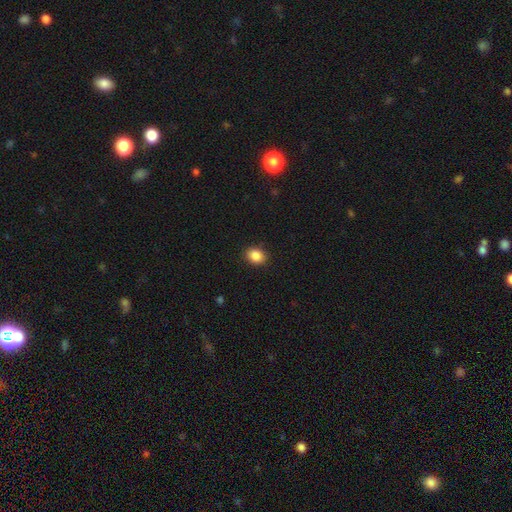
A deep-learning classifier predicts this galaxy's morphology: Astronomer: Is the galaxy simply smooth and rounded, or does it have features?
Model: smooth — 87%.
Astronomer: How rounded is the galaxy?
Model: in between — 52% (runner-up: round, 47%).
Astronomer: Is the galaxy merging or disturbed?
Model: none — 89%.